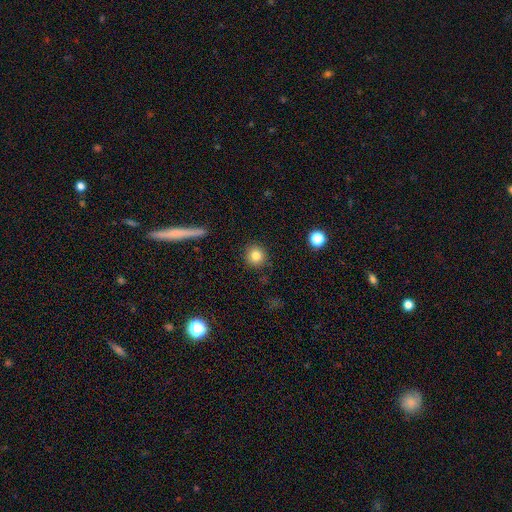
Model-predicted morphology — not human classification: Q: Smooth or featured?
A: smooth (82%); runner-up: star or artifact (10%)
Q: How rounded?
A: round (92%); runner-up: in between (7%)
Q: Merging?
A: none (90%); runner-up: minor disturbance (7%)